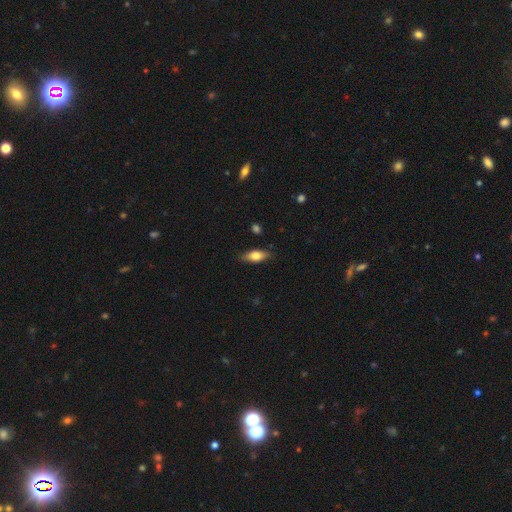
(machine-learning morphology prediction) smooth-or-featured: smooth: 72% | featured or disk: 22% | star or artifact: 7%
  how-rounded: in between: 78% | cigar-shaped: 18% | round: 4%
  merging: none: 84% | minor disturbance: 12% | major disturbance: 2% | merger: 1%